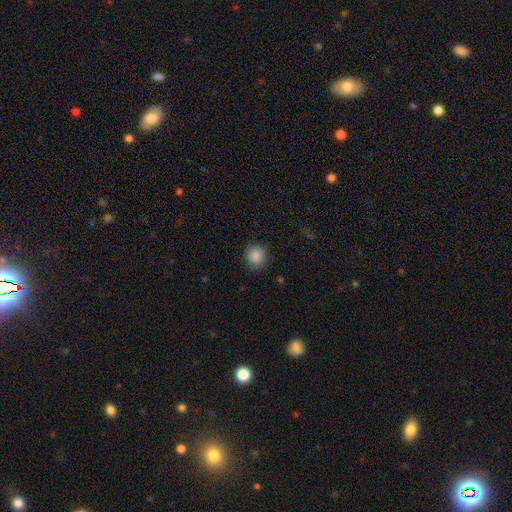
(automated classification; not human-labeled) Q: Smooth or featured?
A: smooth (87%); runner-up: star or artifact (9%)
Q: How rounded?
A: round (90%); runner-up: in between (9%)
Q: Merging?
A: none (84%); runner-up: minor disturbance (11%)